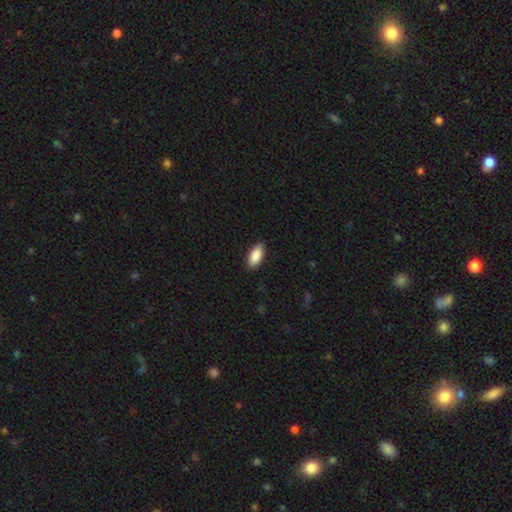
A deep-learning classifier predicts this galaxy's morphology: Q: Smooth or featured?
A: smooth (89%); runner-up: star or artifact (6%)
Q: How rounded?
A: in between (90%); runner-up: cigar-shaped (8%)
Q: Merging?
A: none (88%); runner-up: minor disturbance (9%)